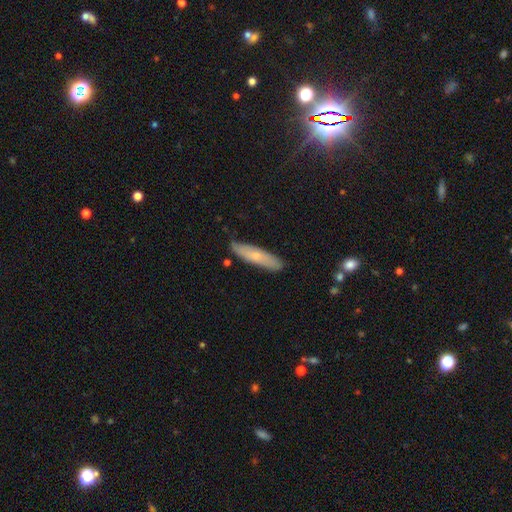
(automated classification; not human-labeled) Overall: smooth (63%; featured or disk 30%). How rounded: cigar-shaped (74%). Merging: none (82%).